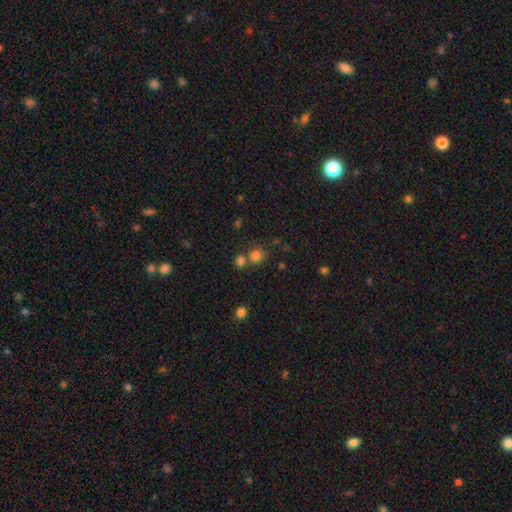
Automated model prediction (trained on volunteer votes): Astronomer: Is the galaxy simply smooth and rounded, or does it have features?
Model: smooth — 78%.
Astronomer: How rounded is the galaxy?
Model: round — 82%.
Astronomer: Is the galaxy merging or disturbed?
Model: none — 60%.